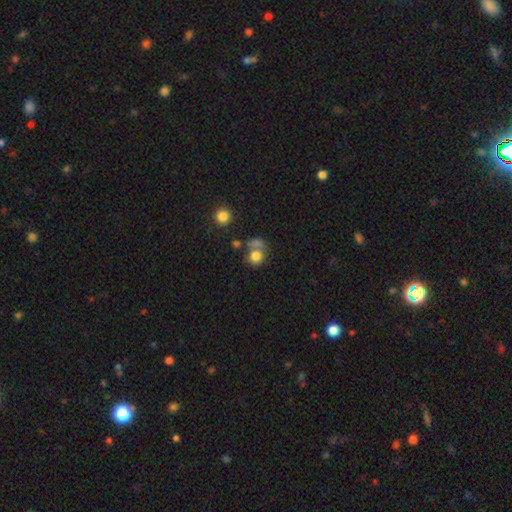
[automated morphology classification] This is likely a smooth galaxy (76%). How rounded: likely round (77%). Merging: marginally none (41%).